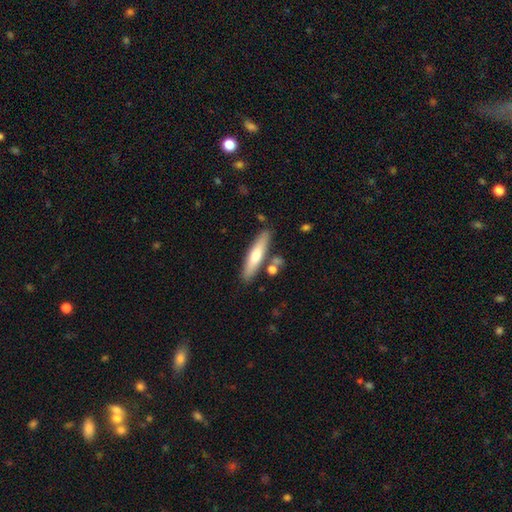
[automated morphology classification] Q: Smooth or featured?
A: smooth (60%); runner-up: featured or disk (34%)
Q: How rounded?
A: cigar-shaped (83%); runner-up: in between (16%)
Q: Merging?
A: none (80%); runner-up: minor disturbance (11%)